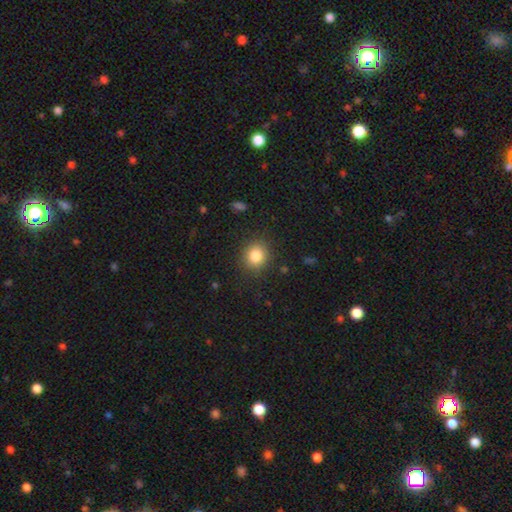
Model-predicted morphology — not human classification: Overall: smooth (83%). How rounded: round (81%). Merging: none (87%).